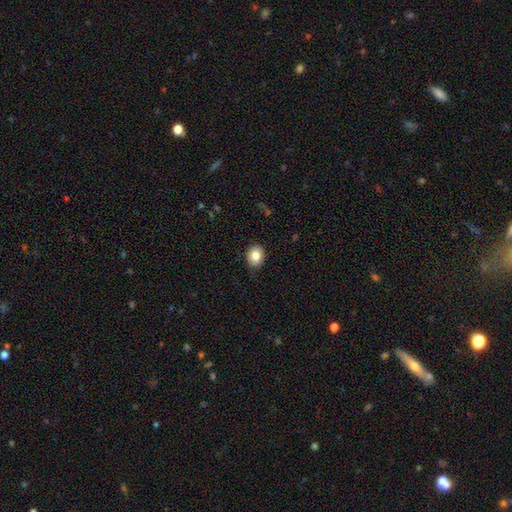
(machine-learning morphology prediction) A smooth galaxy with no disk features (83%) that is round (53%). Merging: none (88%).